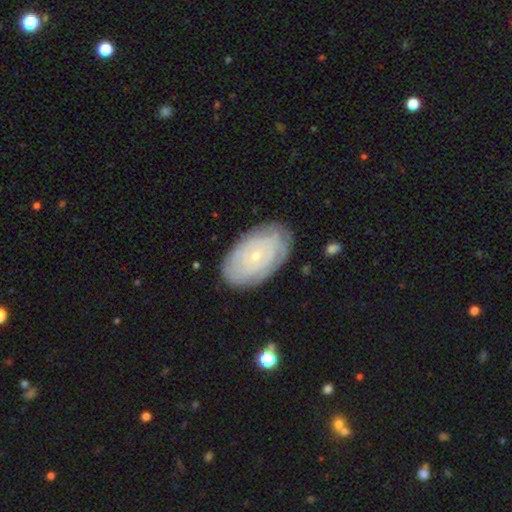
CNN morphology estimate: A featured or disk galaxy (65%) with no bar (84%), spiral arms (80%) and a small central bulge (85%). Merging: none (80%).